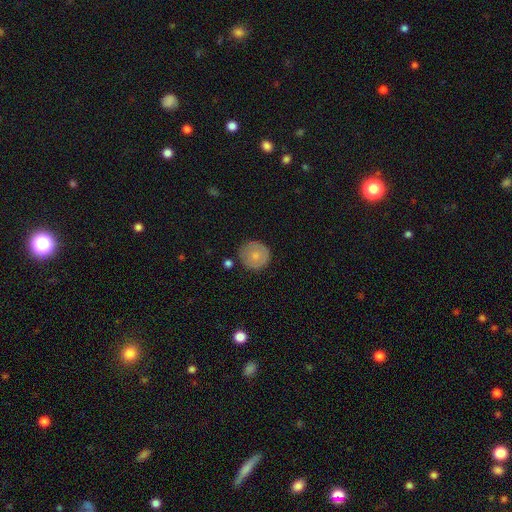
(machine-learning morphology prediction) smooth-or-featured: smooth: 73% | featured or disk: 20% | star or artifact: 7%
  how-rounded: round: 94% | in between: 5% | cigar-shaped: 1%
  merging: none: 82% | minor disturbance: 12% | major disturbance: 3% | merger: 3%